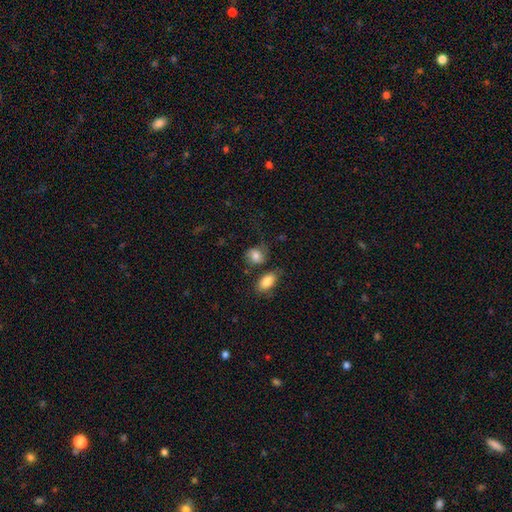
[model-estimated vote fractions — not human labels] A smooth galaxy with no disk features (76%) that is in between round and cigar-shaped (50%).

Vote fractions:
- Smooth or featured? smooth: 76% / featured or disk: 15% / star or artifact: 9%
- How rounded? in between: 50% / round: 49% / cigar-shaped: 2%
- Merging? none: 46% / minor disturbance: 23% / merger: 16% / major disturbance: 15%